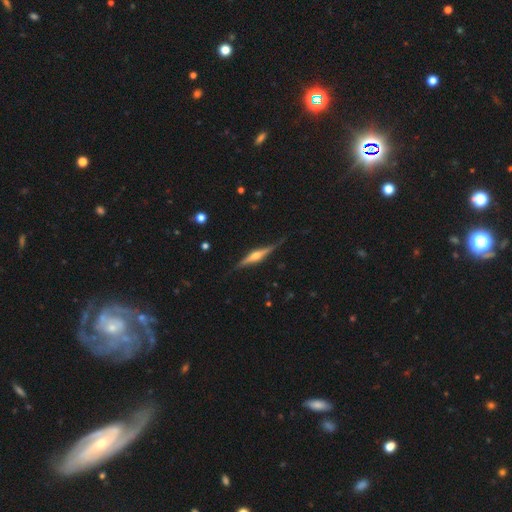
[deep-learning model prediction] A featured or disk galaxy (77%) viewed edge-on (97%) with a rounded central bulge (89%). Merging: none (80%).